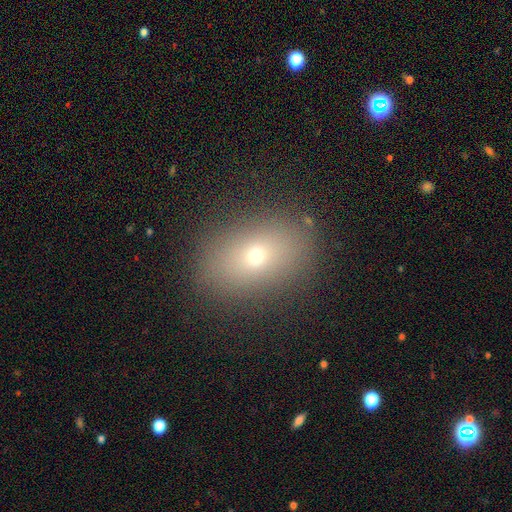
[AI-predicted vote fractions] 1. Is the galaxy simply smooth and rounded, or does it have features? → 66% smooth, 17% featured or disk, 17% star or artifact.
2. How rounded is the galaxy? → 73% in between, 25% round, 2% cigar-shaped.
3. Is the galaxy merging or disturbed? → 86% none, 9% minor disturbance, 4% major disturbance, 1% merger.